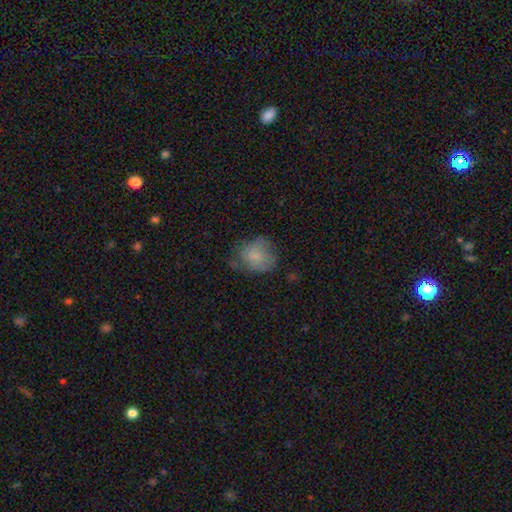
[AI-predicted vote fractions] smooth 69%, featured or disk 22%, star or artifact 9%. Down the decision tree: how rounded — round (58%); merging — none (50%).